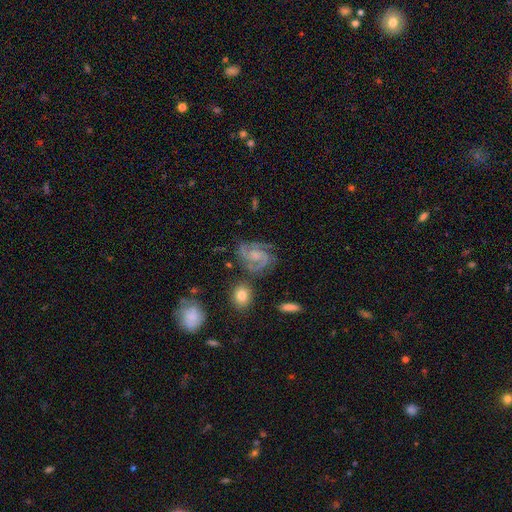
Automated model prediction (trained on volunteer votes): This appears to be a featured or disk galaxy (86%) with no bar (57%), 2 (55%) medium (47%) spiral arms (98%) and a small central bulge (44%). Merging: none (68%).